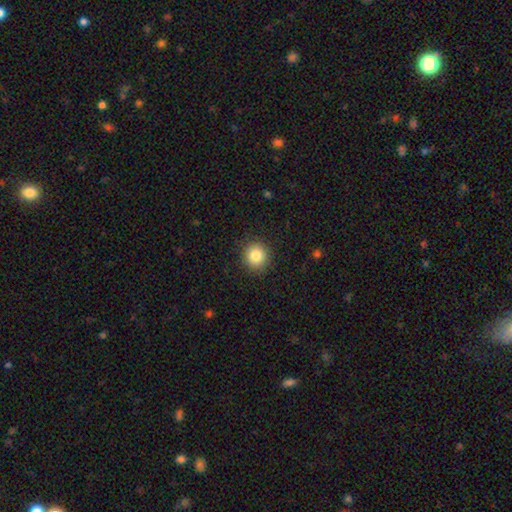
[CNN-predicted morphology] type=smooth (84%); roundness=round (93%); merging=none (90%).